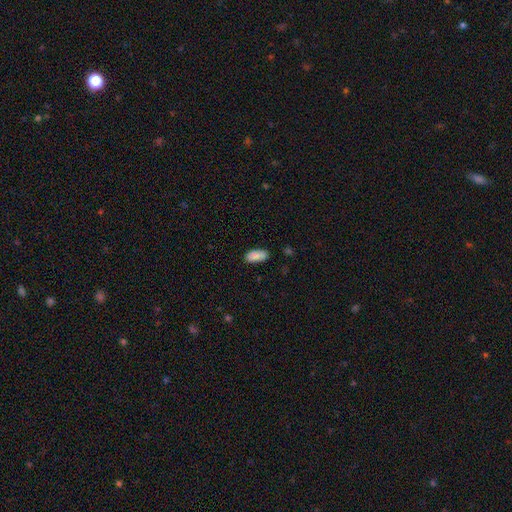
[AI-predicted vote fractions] smooth_or_featured: smooth (p=0.89) [alt: star or artifact p=0.07]
how_rounded: in between (p=0.90) [alt: cigar-shaped p=0.08]
merging: none (p=0.81) [alt: minor disturbance p=0.14]